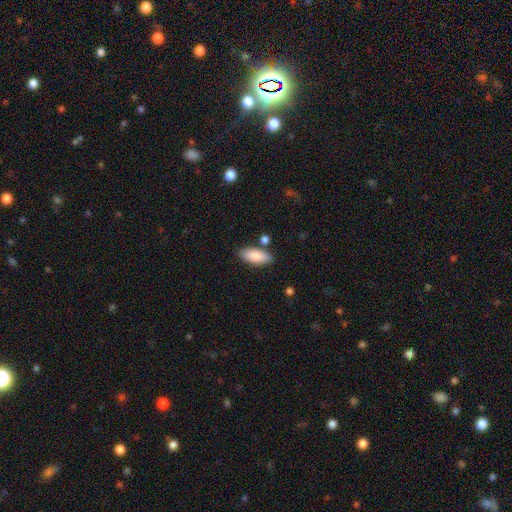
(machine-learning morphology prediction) Smooth or featured?
  - smooth: 86% *
  - featured or disk: 8%
  - star or artifact: 6%
How rounded?
  - in between: 80% *
  - cigar-shaped: 18%
  - round: 2%
Merging?
  - none: 80% *
  - minor disturbance: 11%
  - merger: 6%
  - major disturbance: 3%